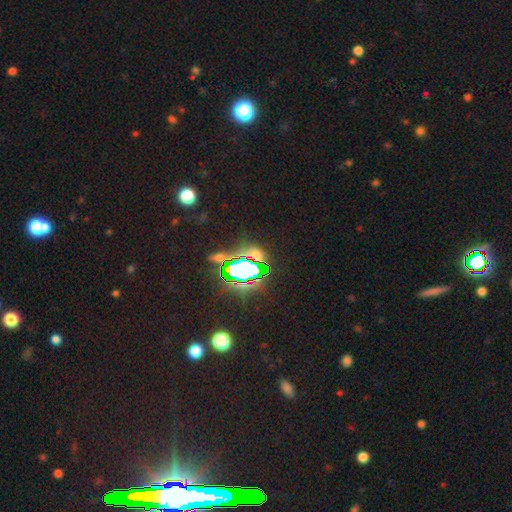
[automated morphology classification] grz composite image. It shows a star or artifact, not a galaxy (70%).